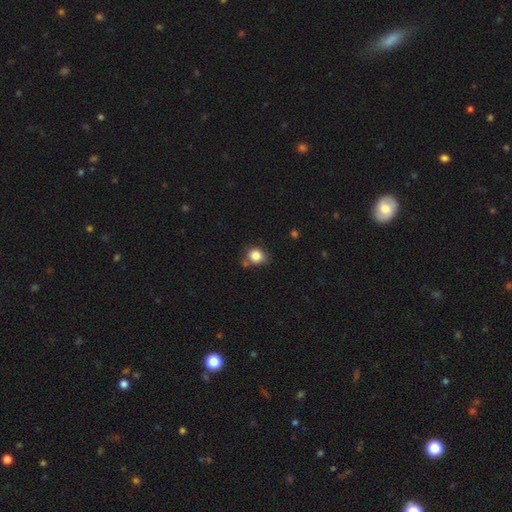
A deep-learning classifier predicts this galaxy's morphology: Smooth or featured? Predicted: smooth (p=0.84). How rounded? Predicted: round (p=0.73). Merging? Predicted: none (p=0.67).